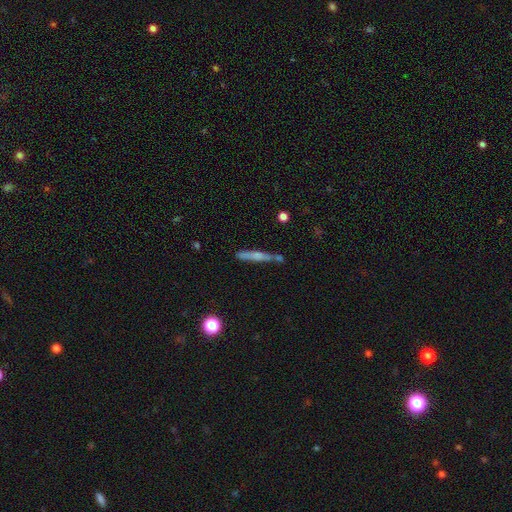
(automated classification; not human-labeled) A smooth galaxy with no disk features (53%) that is cigar-shaped (93%).

Vote fractions:
- Smooth or featured? smooth: 53% / featured or disk: 39% / star or artifact: 8%
- How rounded? cigar-shaped: 93% / in between: 5% / round: 2%
- Merging? none: 68% / minor disturbance: 16% / merger: 11% / major disturbance: 4%